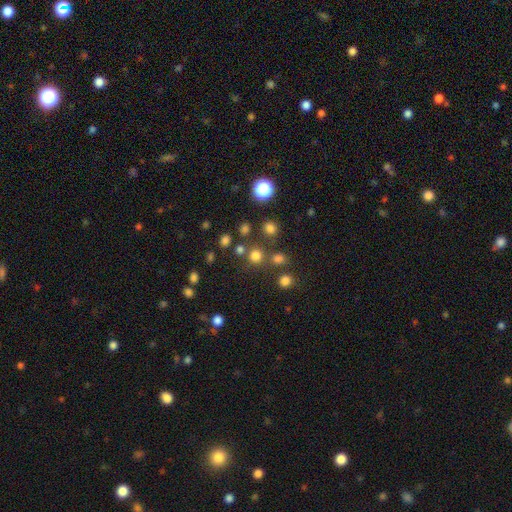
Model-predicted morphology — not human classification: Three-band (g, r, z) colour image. It shows a smooth galaxy with no disk features (73%) that is round (92%). Merging: none (75%).